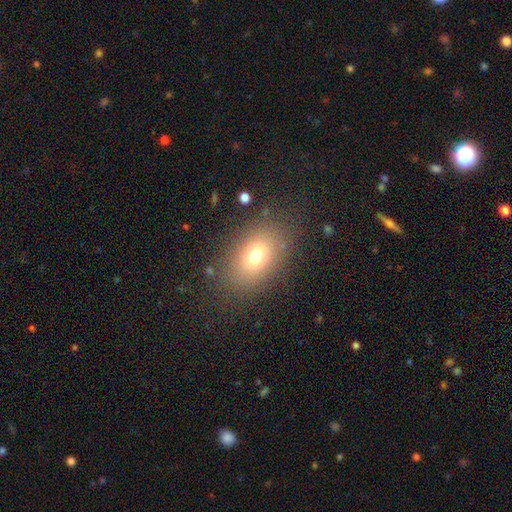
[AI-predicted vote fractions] Overall: smooth (72%). How rounded: in between (80%). Merging: none (82%).